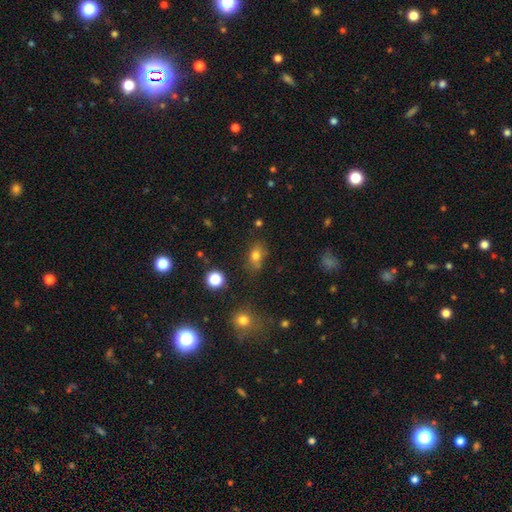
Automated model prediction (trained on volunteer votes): This is likely a smooth galaxy (77%). How rounded: likely in between (74%). Merging: likely none (68%).